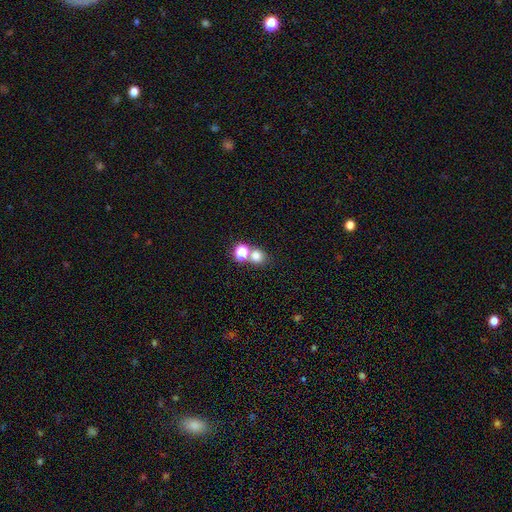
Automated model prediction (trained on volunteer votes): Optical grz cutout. It shows a smooth galaxy with no disk features (73%) that is round (77%). Merging: none (54%).